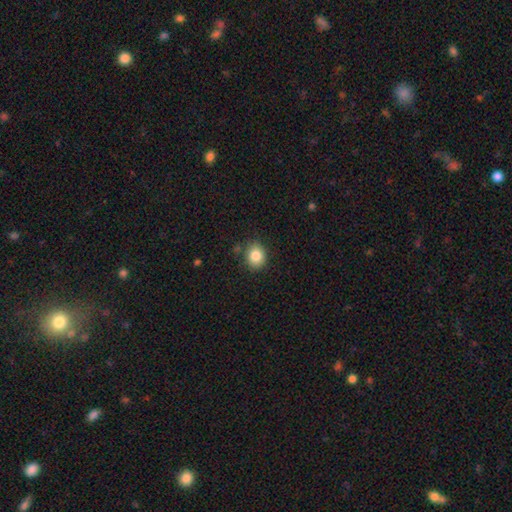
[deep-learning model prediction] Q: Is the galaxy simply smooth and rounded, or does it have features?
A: smooth — 84%.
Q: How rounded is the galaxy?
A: round — 62%.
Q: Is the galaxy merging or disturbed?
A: none — 83%.